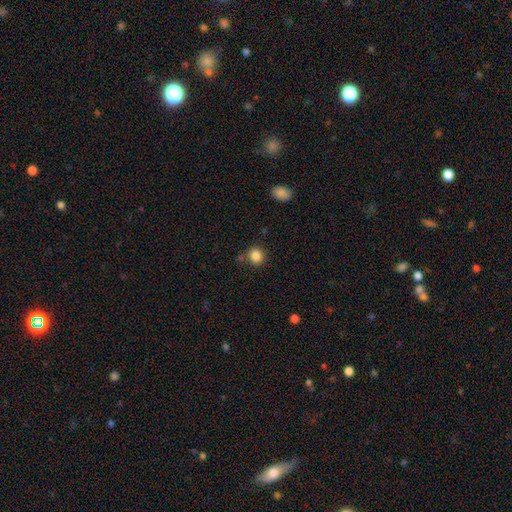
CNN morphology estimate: This appears to be a smooth galaxy with no disk features (86%) that is round (81%). Merging: none (79%).